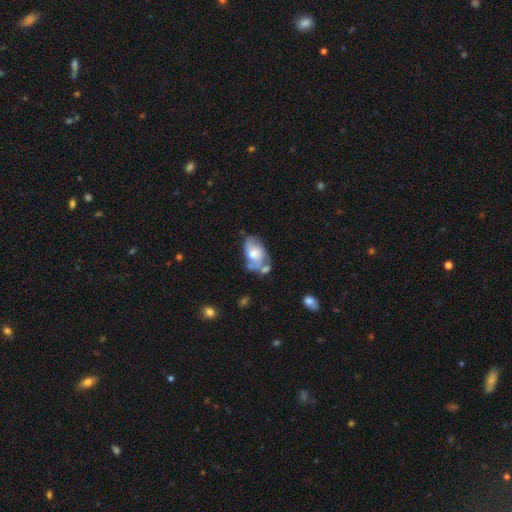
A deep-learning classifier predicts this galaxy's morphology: This appears to be a smooth galaxy with no disk features (49%). Merging: none (33%).